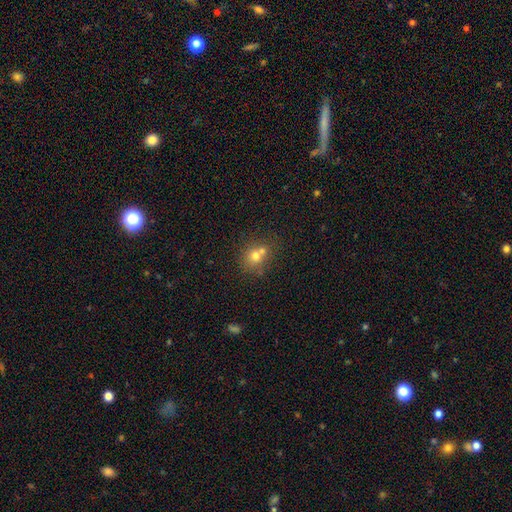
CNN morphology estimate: smooth-or-featured: smooth: 70% | featured or disk: 17% | star or artifact: 13%
  how-rounded: round: 77% | in between: 22% | cigar-shaped: 1%
  merging: merger: 48% | none: 41% | minor disturbance: 8% | major disturbance: 3%